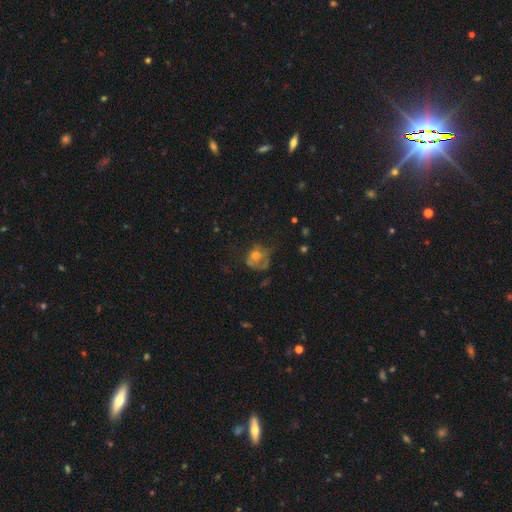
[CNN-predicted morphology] Smooth or featured?
  - smooth: 56% *
  - featured or disk: 32%
  - star or artifact: 13%
How rounded?
  - round: 66% *
  - in between: 33%
  - cigar-shaped: 1%
Merging?
  - none: 36% *
  - major disturbance: 34%
  - minor disturbance: 27%
  - merger: 3%